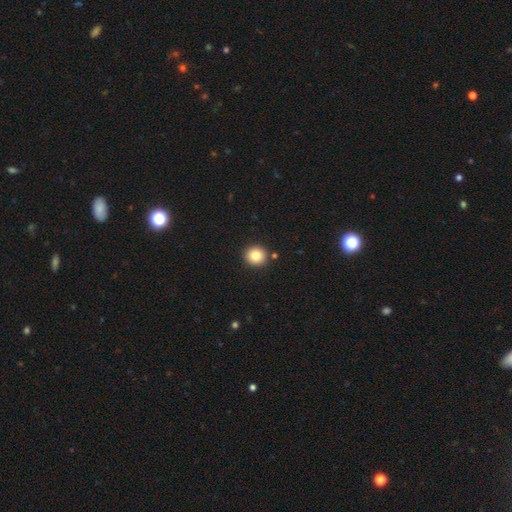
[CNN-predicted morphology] smooth-or-featured: smooth: 83% | star or artifact: 10% | featured or disk: 7%
  how-rounded: round: 88% | in between: 11% | cigar-shaped: 1%
  merging: none: 90% | minor disturbance: 6% | merger: 3% | major disturbance: 2%